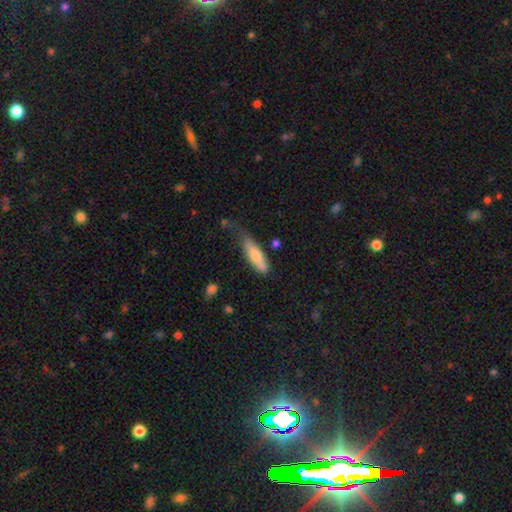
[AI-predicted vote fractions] Smooth or featured?
  - smooth: 70% *
  - featured or disk: 25%
  - star or artifact: 6%
How rounded?
  - cigar-shaped: 59% *
  - in between: 39%
  - round: 2%
Merging?
  - none: 45% *
  - minor disturbance: 35%
  - major disturbance: 16%
  - merger: 5%